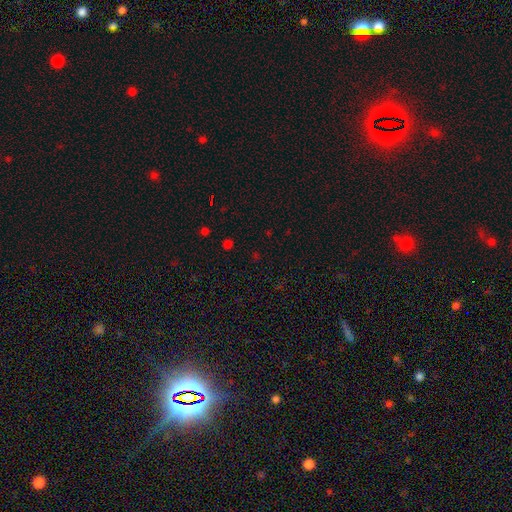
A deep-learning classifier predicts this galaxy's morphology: Smooth or featured? Predicted: star or artifact (p=0.54).